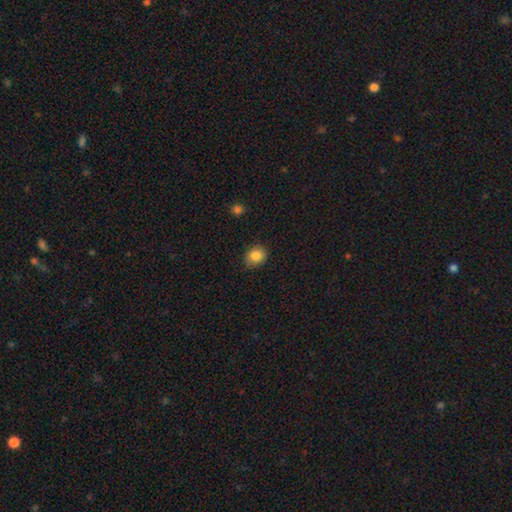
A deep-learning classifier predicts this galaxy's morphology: This appears to be a smooth galaxy with no disk features (85%) that is round (65%). Merging: none (84%).